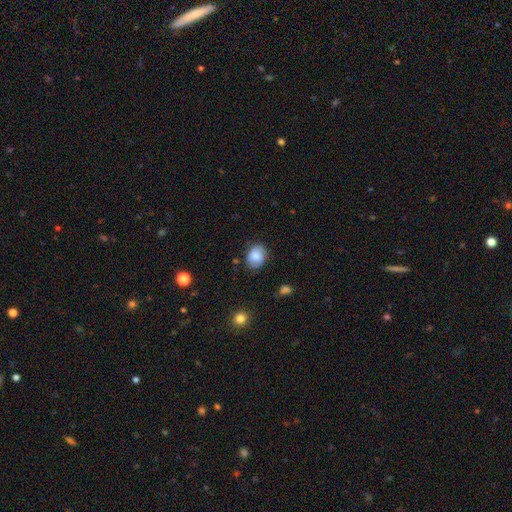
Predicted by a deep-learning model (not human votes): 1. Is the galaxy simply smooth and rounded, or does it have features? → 76% smooth, 15% featured or disk, 8% star or artifact.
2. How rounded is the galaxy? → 55% in between, 44% round, 1% cigar-shaped.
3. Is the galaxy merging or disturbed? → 76% none, 18% minor disturbance, 4% major disturbance, 2% merger.